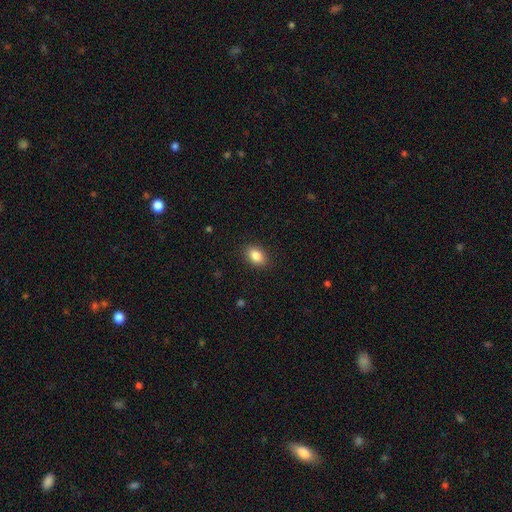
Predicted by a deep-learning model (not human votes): Smooth or featured? Predicted: smooth (p=0.86). How rounded? Predicted: in between (p=0.85). Merging? Predicted: none (p=0.88).